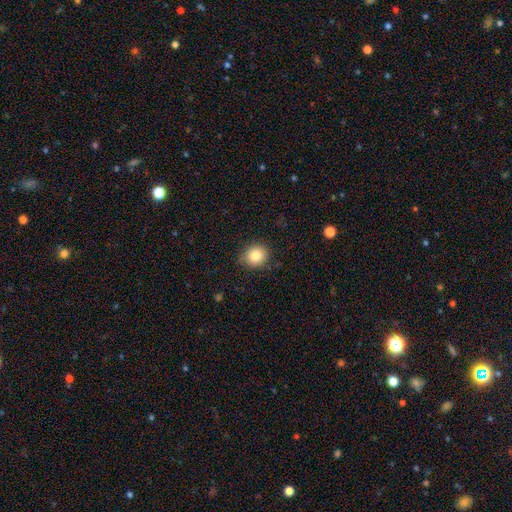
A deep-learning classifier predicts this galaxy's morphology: Smooth or featured? smooth (82%)
How rounded? round (79%)
Merging? none (83%)